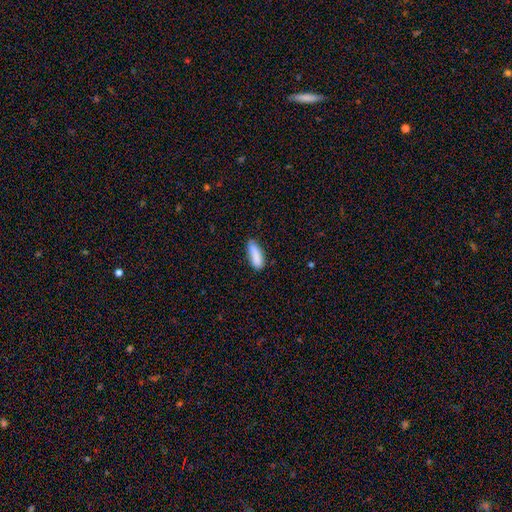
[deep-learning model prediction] This is clearly a smooth galaxy (85%). How rounded: possibly in between (58%). Merging: likely none (63%).